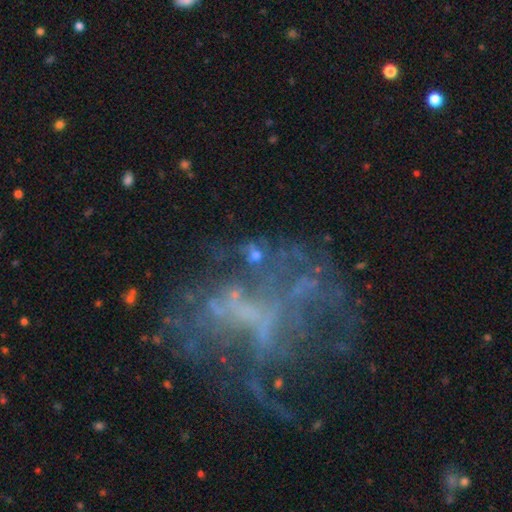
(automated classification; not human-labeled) Overall: featured or disk (54%; star or artifact 29%). Edge-on disk: no (95%). Bar: no (71%). Spiral arms: no (66%; yes 34%). Bulge size: none (58%; small 25%). Merging: none (48%; major disturbance 27%).